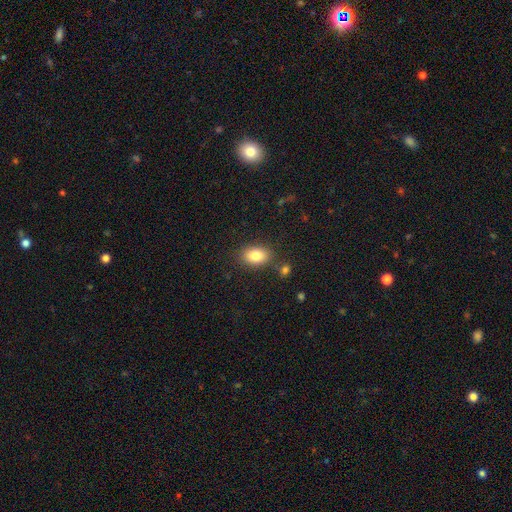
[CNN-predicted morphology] smooth_or_featured: smooth (p=0.83) [alt: featured or disk p=0.09]
how_rounded: in between (p=0.85) [alt: round p=0.14]
merging: none (p=0.83) [alt: minor disturbance p=0.11]